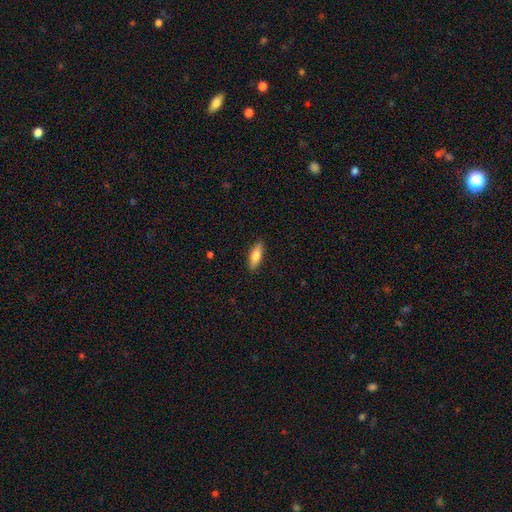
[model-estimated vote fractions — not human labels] Smooth or featured: smooth — 76% (featured or disk — 18%)
How rounded: in between — 62% (cigar-shaped — 36%)
Merging: none — 88% (minor disturbance — 9%)